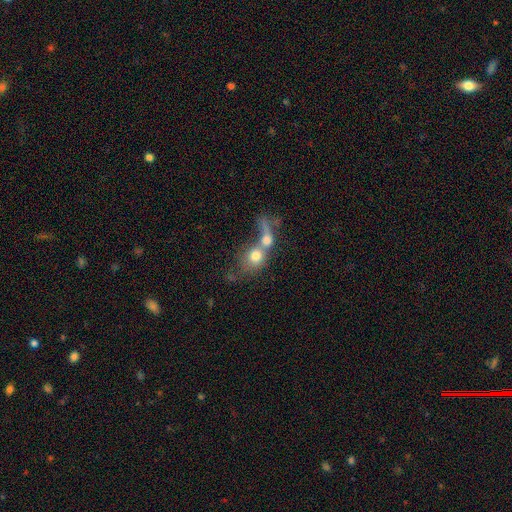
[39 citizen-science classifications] smooth_or_featured: smooth (p=0.85) [alt: featured or disk p=0.08]
how_rounded: round (p=0.61) [alt: in between p=0.30]
merging: merger (p=0.86) [alt: none p=0.06]